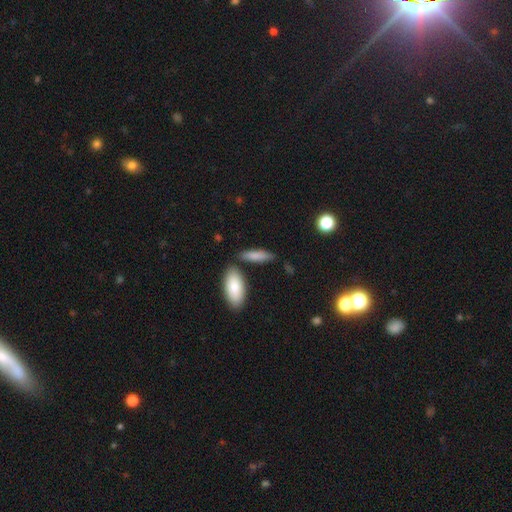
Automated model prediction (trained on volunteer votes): Morphology: type=smooth (80%); roundness=cigar-shaped (53%); merging=none (71%).